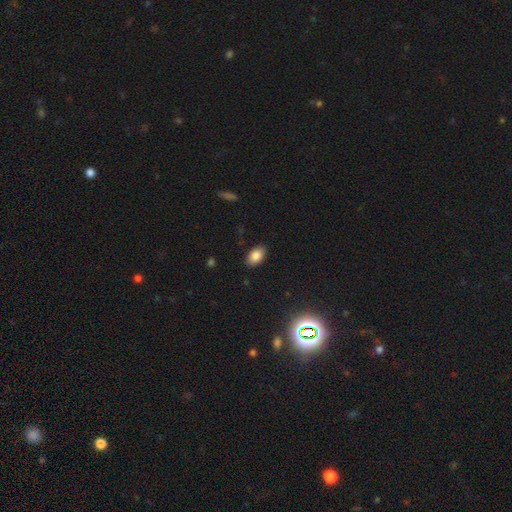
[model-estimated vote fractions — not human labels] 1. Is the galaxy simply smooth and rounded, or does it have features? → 84% smooth, 9% star or artifact, 6% featured or disk.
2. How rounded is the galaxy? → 92% in between, 7% round, 1% cigar-shaped.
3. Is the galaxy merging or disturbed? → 87% none, 10% minor disturbance, 2% major disturbance, 1% merger.